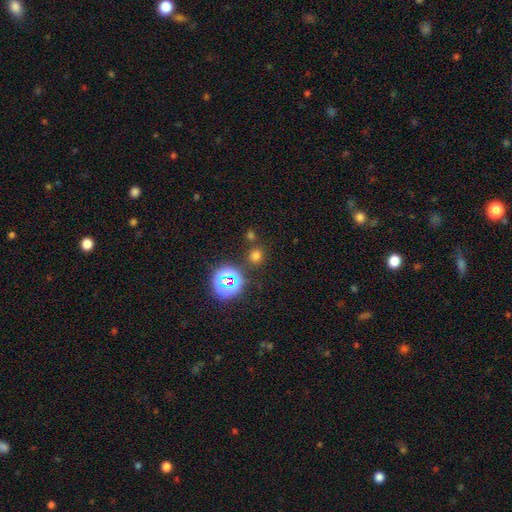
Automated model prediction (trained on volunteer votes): Smooth or featured? smooth (65%)
How rounded? round (82%)
Merging? none (78%)